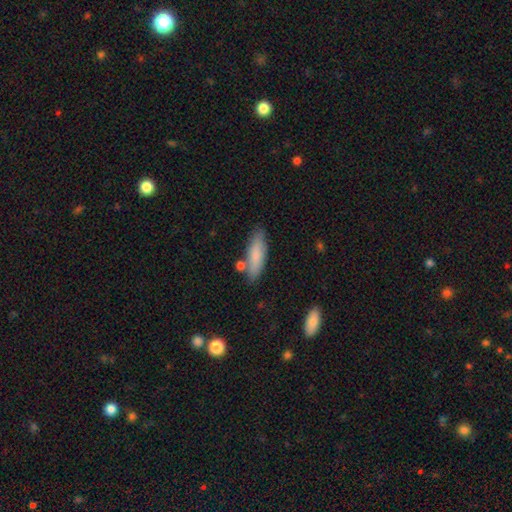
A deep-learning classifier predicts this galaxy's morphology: Smooth or featured: smooth — 79% (featured or disk — 15%)
How rounded: cigar-shaped — 52% (in between — 46%)
Merging: none — 77% (minor disturbance — 14%)